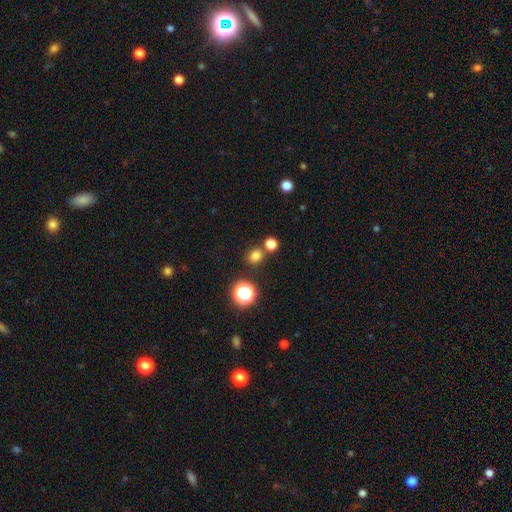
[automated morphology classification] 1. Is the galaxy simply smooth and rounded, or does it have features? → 76% smooth, 19% star or artifact, 5% featured or disk.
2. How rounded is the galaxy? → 78% round, 21% in between, 1% cigar-shaped.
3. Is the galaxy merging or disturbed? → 74% none, 14% merger, 8% minor disturbance, 3% major disturbance.